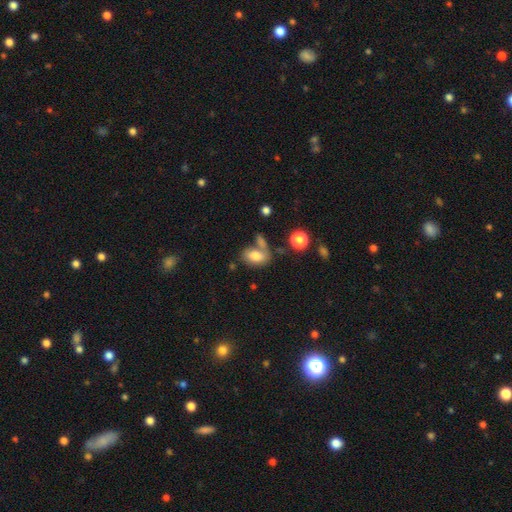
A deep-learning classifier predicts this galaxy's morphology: The model was most divided on "merging": none: 46%, merger: 31%, minor disturbance: 15%, major disturbance: 8%. More confident: how rounded — in between (88%); smooth or featured — smooth (78%).